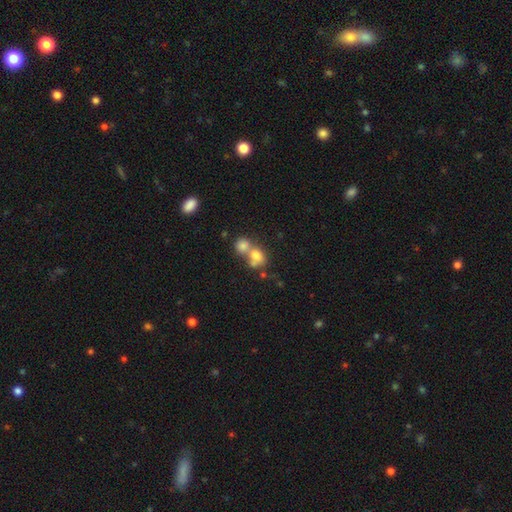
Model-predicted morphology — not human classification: type=smooth (75%); roundness=round (62%); merging=merger (62%).